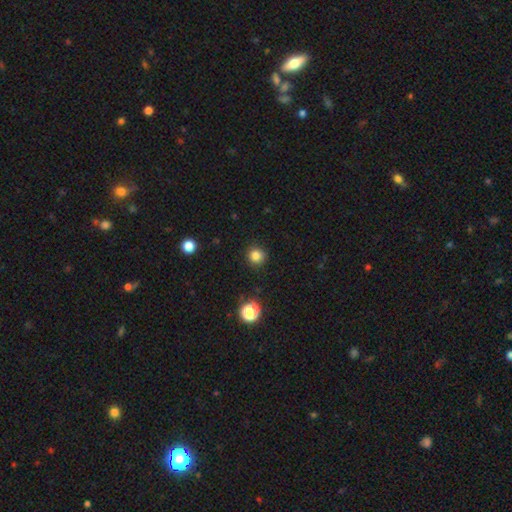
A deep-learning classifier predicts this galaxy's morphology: smooth 82%, star or artifact 13%, featured or disk 4%. Down the decision tree: how rounded — round (94%); merging — none (91%).